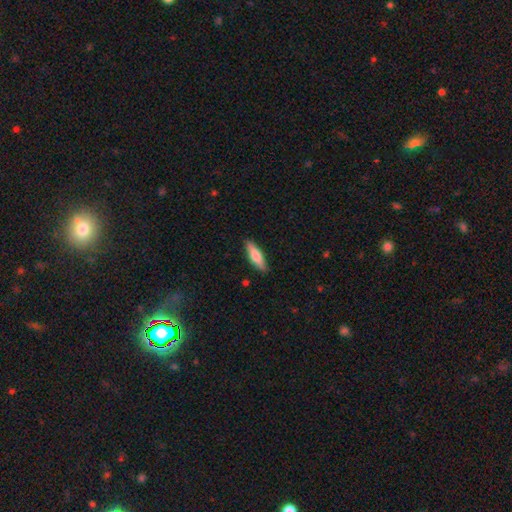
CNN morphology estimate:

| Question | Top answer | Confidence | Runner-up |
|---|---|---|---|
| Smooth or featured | smooth | 66% | featured or disk (29%) |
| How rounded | cigar-shaped | 62% | in between (36%) |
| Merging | none | 88% | minor disturbance (9%) |